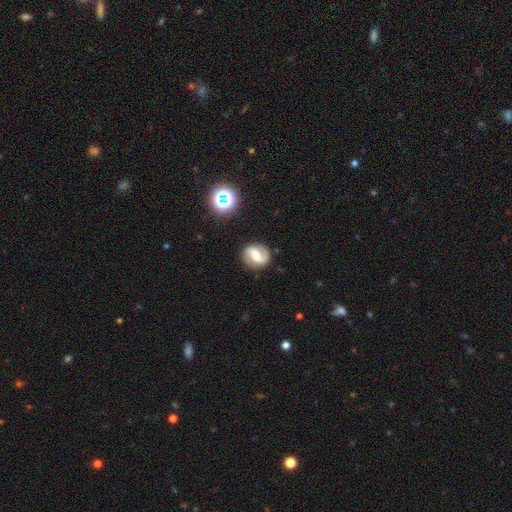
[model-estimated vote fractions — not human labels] Overall: featured or disk (74%). Edge-on disk: no (97%). Bar: weak (42%; strong 40%). Spiral arms: yes (92%). Spiral arm count: 2 (86%). Spiral winding: medium (42%; loose 39%). Bulge size: moderate (45%; small 31%). Merging: none (82%).